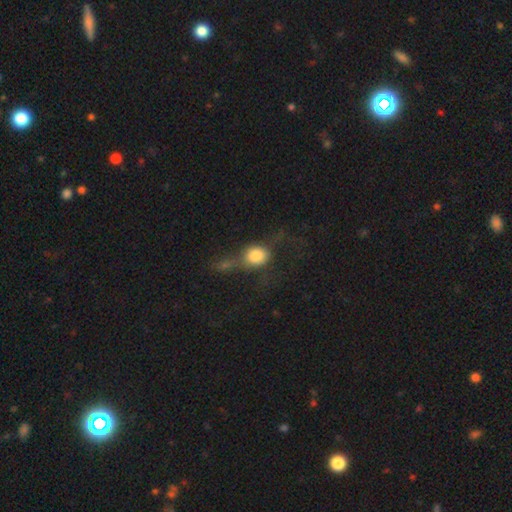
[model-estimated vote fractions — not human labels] Morphology: type=smooth (61%); roundness=round (60%); merging=none (34%).